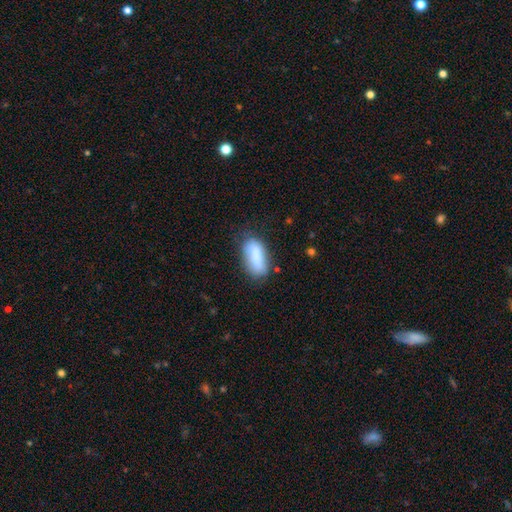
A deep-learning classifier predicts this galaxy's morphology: Smooth or featured: smooth — 82% (featured or disk — 11%)
How rounded: in between — 83% (cigar-shaped — 15%)
Merging: none — 63% (minor disturbance — 25%)